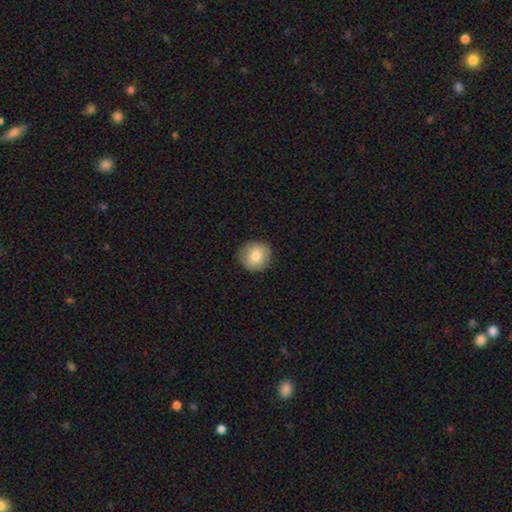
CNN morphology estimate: Smooth or featured?
  - smooth: 80% *
  - featured or disk: 11%
  - star or artifact: 8%
How rounded?
  - round: 93% *
  - in between: 6%
  - cigar-shaped: 1%
Merging?
  - none: 89% *
  - minor disturbance: 8%
  - major disturbance: 2%
  - merger: 1%